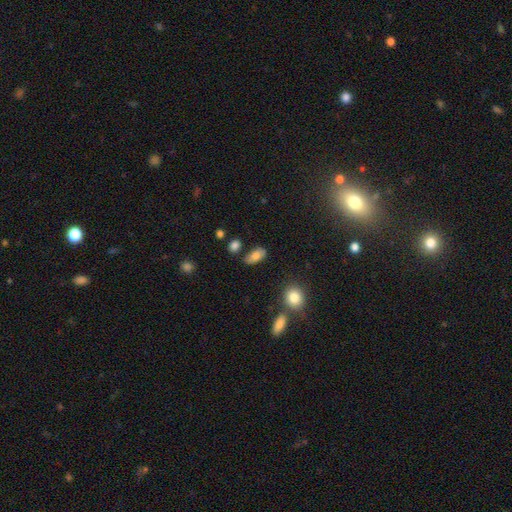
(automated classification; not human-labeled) Smooth or featured? Predicted: smooth (p=0.78). How rounded? Predicted: in between (p=0.90). Merging? Predicted: none (p=0.74).